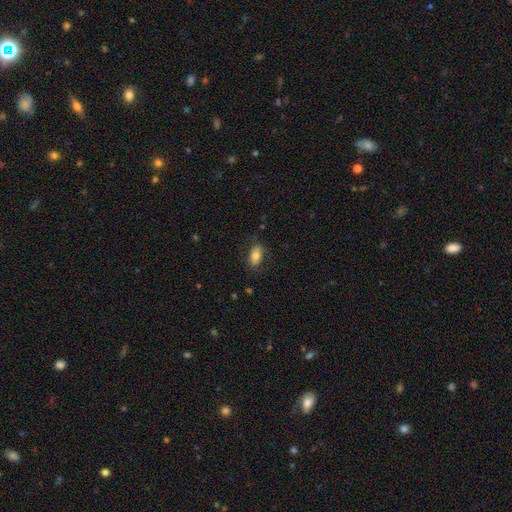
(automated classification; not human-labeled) Smooth or featured: smooth — 74% (featured or disk — 19%)
How rounded: in between — 91% (round — 5%)
Merging: none — 77% (minor disturbance — 16%)